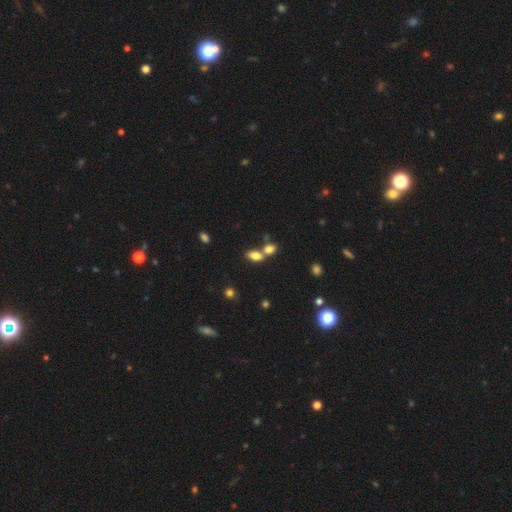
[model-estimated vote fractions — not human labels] This is likely a smooth galaxy (79%). How rounded: clearly in between (85%). Merging: possibly merger (50%).